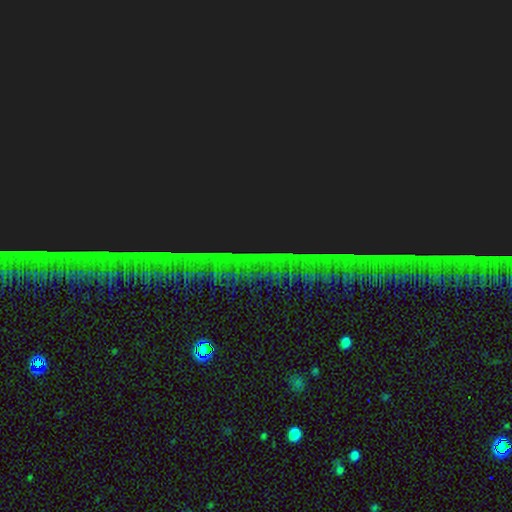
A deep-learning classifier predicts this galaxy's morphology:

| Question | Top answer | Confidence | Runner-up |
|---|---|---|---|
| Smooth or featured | star or artifact | 85% | featured or disk (7%) |